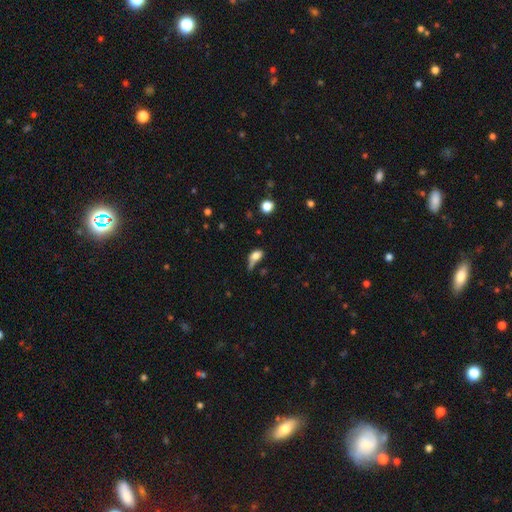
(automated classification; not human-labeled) smooth-or-featured: smooth: 71% | featured or disk: 17% | star or artifact: 12%
  how-rounded: in between: 75% | round: 17% | cigar-shaped: 8%
  merging: none: 33% | minor disturbance: 26% | major disturbance: 23% | merger: 18%